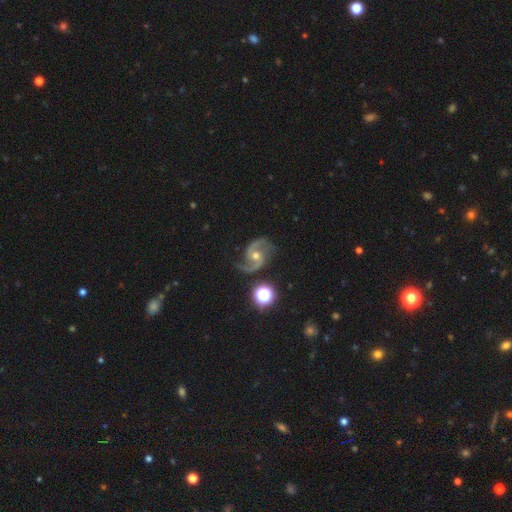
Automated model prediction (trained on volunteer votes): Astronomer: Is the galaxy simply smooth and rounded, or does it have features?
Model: featured or disk — 91%.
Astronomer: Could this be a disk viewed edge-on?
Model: no — 98%.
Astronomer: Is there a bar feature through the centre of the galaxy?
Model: no — 53% (runner-up: weak, 35%).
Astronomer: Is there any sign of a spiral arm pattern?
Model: yes — 98%.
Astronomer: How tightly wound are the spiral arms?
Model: medium — 57%.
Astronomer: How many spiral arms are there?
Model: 2 — 94%.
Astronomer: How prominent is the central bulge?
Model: moderate — 67%.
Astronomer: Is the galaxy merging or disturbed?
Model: none — 78%.